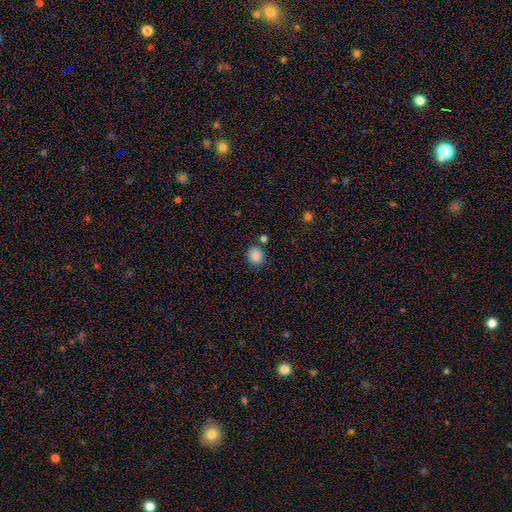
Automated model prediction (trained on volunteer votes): Q: Smooth or featured?
A: smooth (86%); runner-up: star or artifact (10%)
Q: How rounded?
A: round (78%); runner-up: in between (21%)
Q: Merging?
A: none (82%); runner-up: minor disturbance (10%)